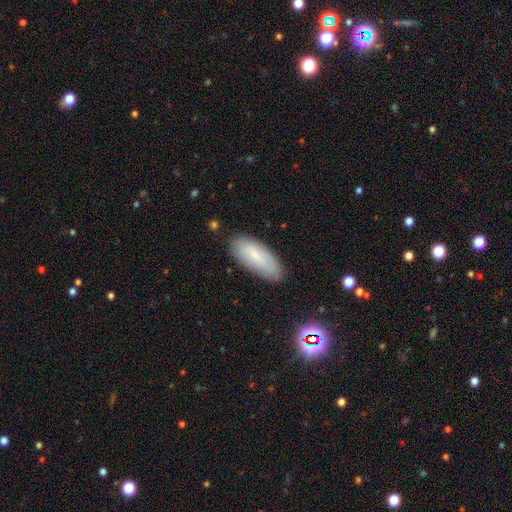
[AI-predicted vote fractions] This appears to be a smooth galaxy with no disk features (71%) that is in between round and cigar-shaped (78%). Merging: none (80%).